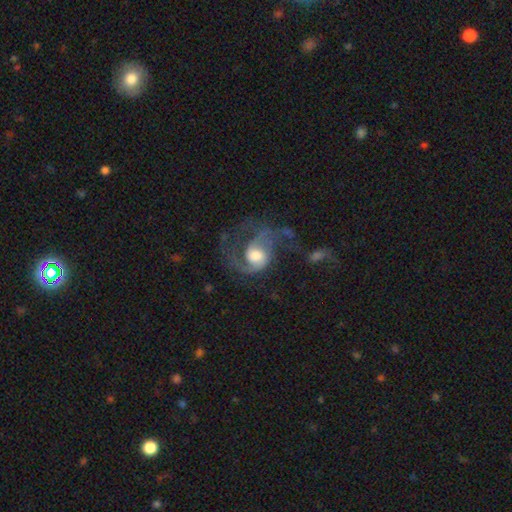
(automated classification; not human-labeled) The model was most divided on "merging" (2-way tie): major disturbance: 39%, none: 39%, minor disturbance: 17%, merger: 6%. Remaining: edge-on disk — no (98%); spiral arms — yes (94%); smooth or featured — featured or disk (83%); bar — no (62%); spiral arm count — 2 (58%); spiral winding — medium (49%); bulge size — moderate (48%).